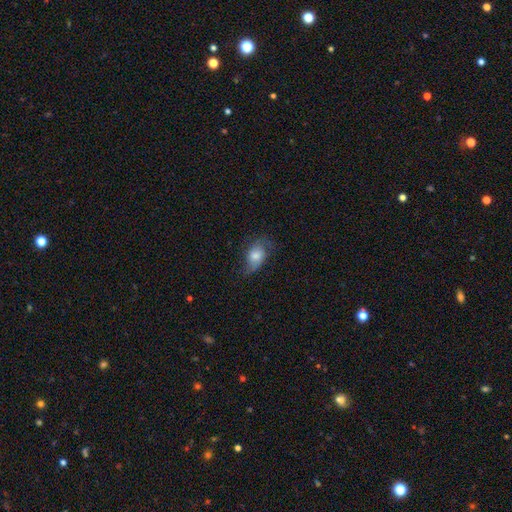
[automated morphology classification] type=smooth (61%); roundness=in between (83%); merging=none (54%).